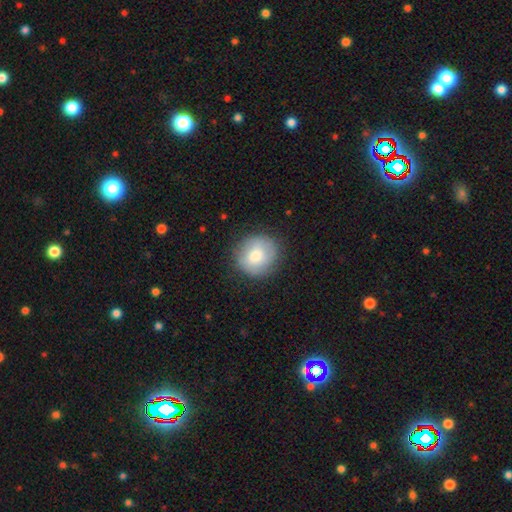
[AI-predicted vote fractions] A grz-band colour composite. It shows a smooth galaxy with no disk features (75%) that is round (87%). Merging: none (84%).